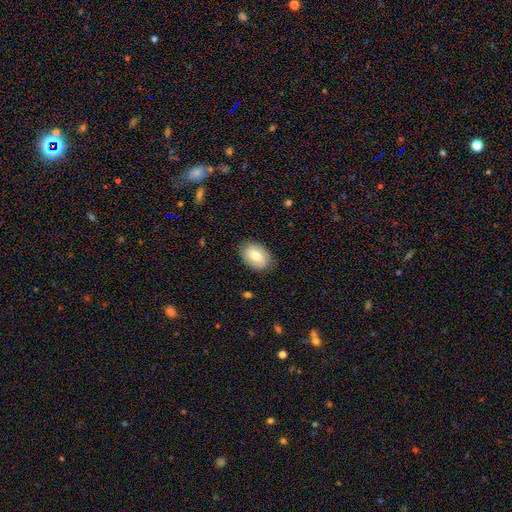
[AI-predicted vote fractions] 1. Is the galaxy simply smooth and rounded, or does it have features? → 67% smooth, 27% featured or disk, 7% star or artifact.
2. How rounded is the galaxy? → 85% in between, 13% round, 1% cigar-shaped.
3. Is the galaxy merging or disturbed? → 84% none, 12% minor disturbance, 3% major disturbance, 1% merger.